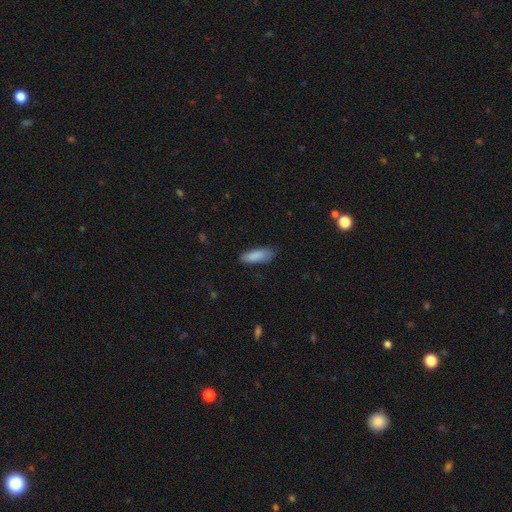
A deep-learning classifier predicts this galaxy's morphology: smooth-or-featured: smooth: 88% | star or artifact: 6% | featured or disk: 6%
  how-rounded: in between: 63% | cigar-shaped: 36% | round: 2%
  merging: none: 79% | minor disturbance: 17% | major disturbance: 3% | merger: 1%